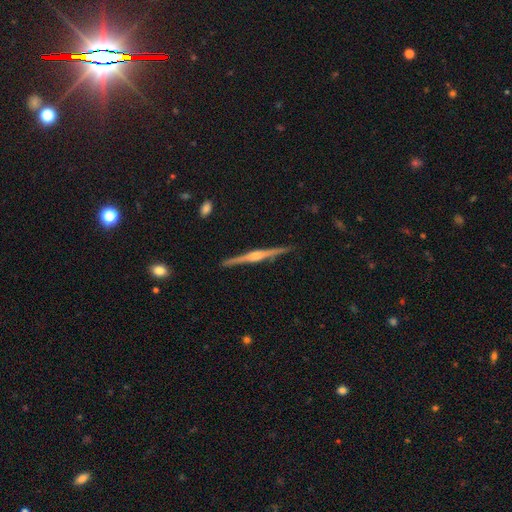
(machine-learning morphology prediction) A featured or disk galaxy (83%) viewed edge-on (99%) with a rounded central bulge (78%).

Vote fractions:
- Smooth or featured? featured or disk: 83% / smooth: 12% / star or artifact: 5%
- Edge-on disk? yes: 99% / no: 1%
- Edge-on bulge? rounded: 78% / boxy: 15% / none: 7%
- Merging? none: 91% / minor disturbance: 6% / major disturbance: 1% / merger: 1%